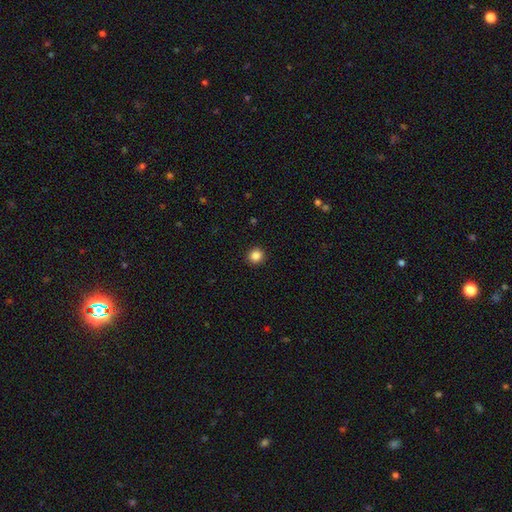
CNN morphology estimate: This appears to be a smooth galaxy with no disk features (86%) that is round (92%). Merging: none (93%).